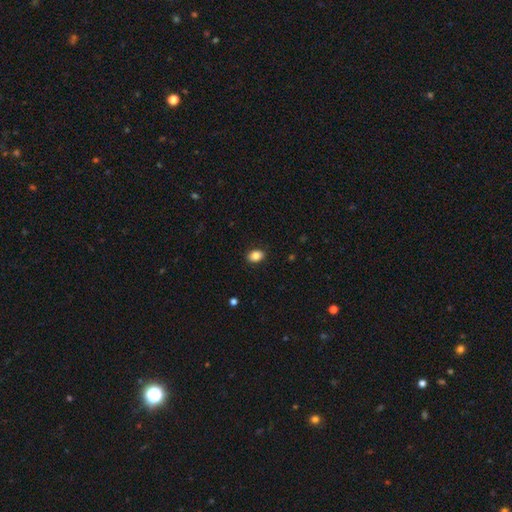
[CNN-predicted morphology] smooth 86%, star or artifact 9%, featured or disk 5%. Down the decision tree: how rounded — in between (74%); merging — none (89%).